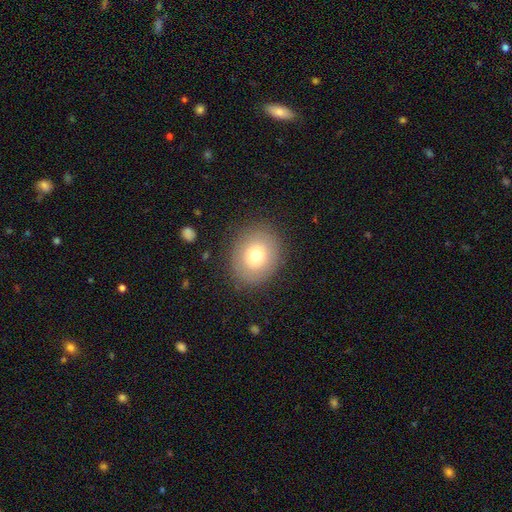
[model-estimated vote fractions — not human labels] Smooth or featured: smooth — 74% (featured or disk — 16%)
How rounded: round — 68% (in between — 31%)
Merging: none — 86% (minor disturbance — 9%)